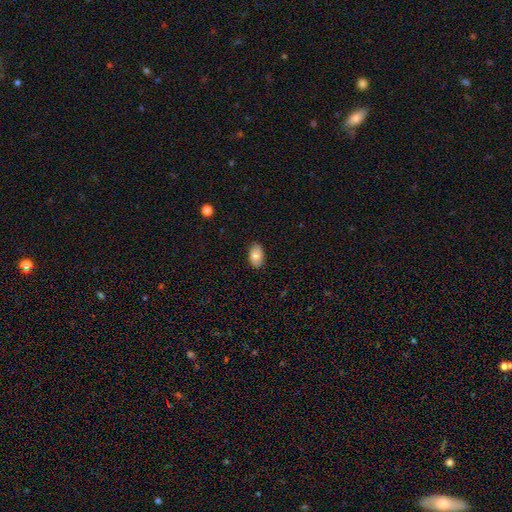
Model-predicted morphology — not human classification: Smooth or featured? Predicted: smooth (p=0.80). How rounded? Predicted: in between (p=0.92). Merging? Predicted: none (p=0.87).